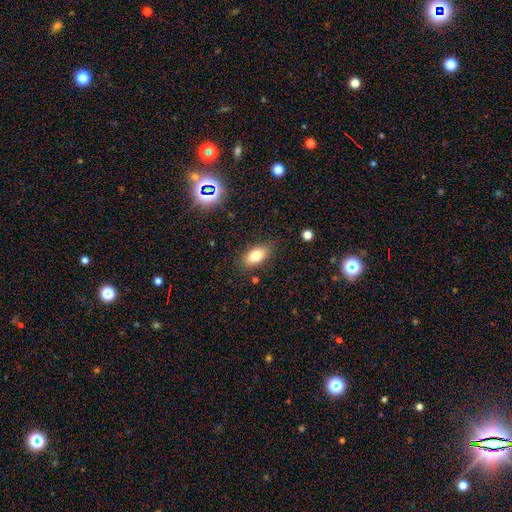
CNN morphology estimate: This is likely a smooth galaxy (80%). How rounded: clearly in between (90%). Merging: clearly none (84%).